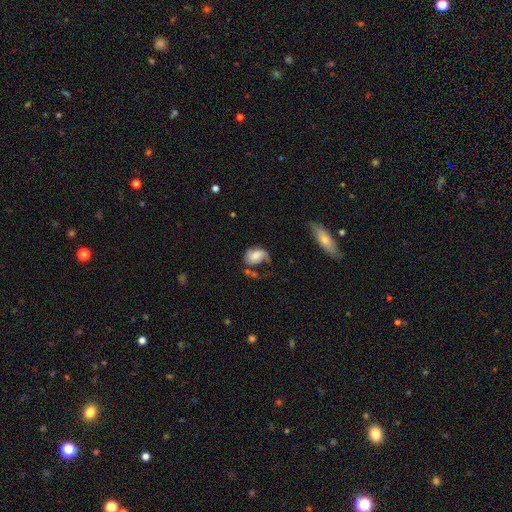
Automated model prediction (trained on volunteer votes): This is possibly a smooth galaxy (47%). Merging: marginally none (36%).